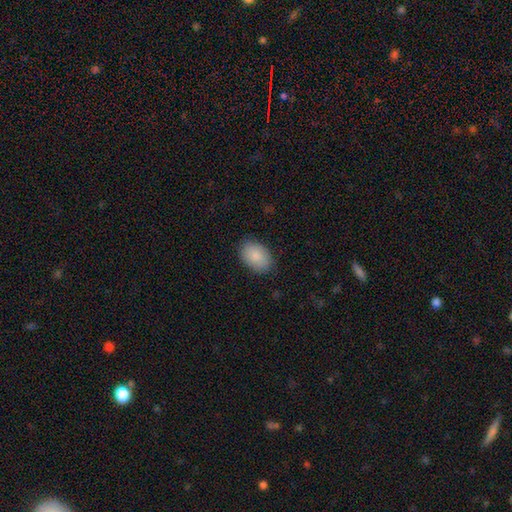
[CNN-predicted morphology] Smooth or featured? Predicted: smooth (p=0.87). How rounded? Predicted: in between (p=0.86). Merging? Predicted: none (p=0.85).